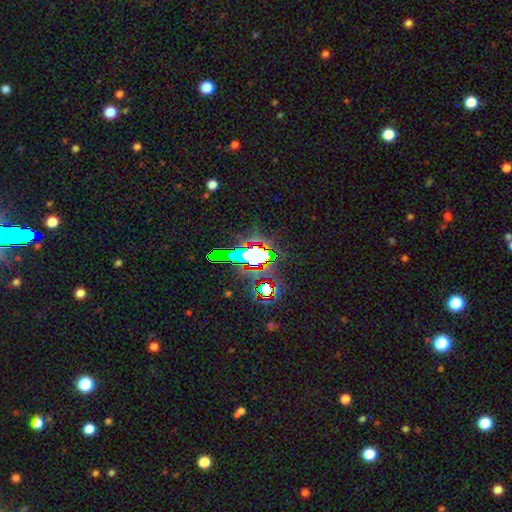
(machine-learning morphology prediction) star or artifact 63%, smooth 19%, featured or disk 18%.